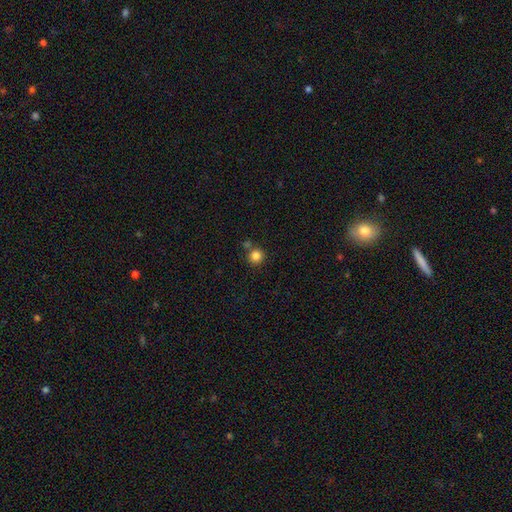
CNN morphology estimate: smooth-or-featured: smooth: 84% | star or artifact: 12% | featured or disk: 5%
  how-rounded: round: 94% | in between: 5% | cigar-shaped: 1%
  merging: none: 74% | merger: 15% | minor disturbance: 8% | major disturbance: 3%